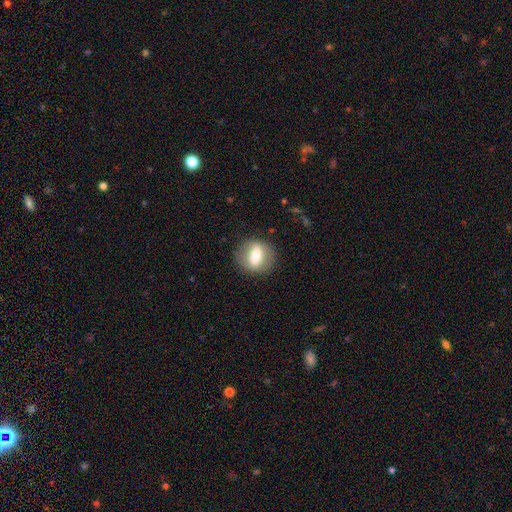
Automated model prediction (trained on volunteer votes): A smooth galaxy with no disk features (53%) that is round (70%). Merging: none (84%).